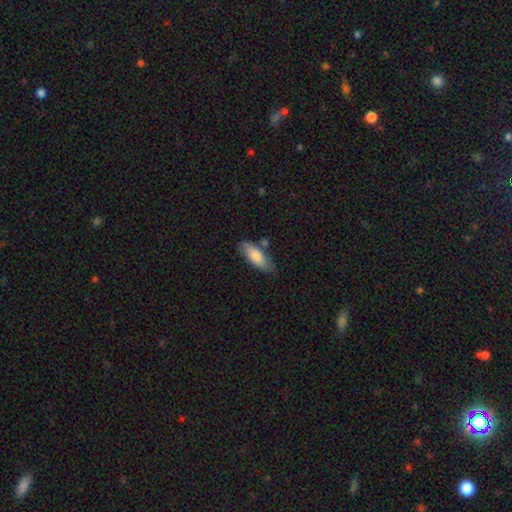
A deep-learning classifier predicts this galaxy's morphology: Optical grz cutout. It shows a smooth galaxy with no disk features (76%) that is in between round and cigar-shaped (69%). Merging: none (71%).